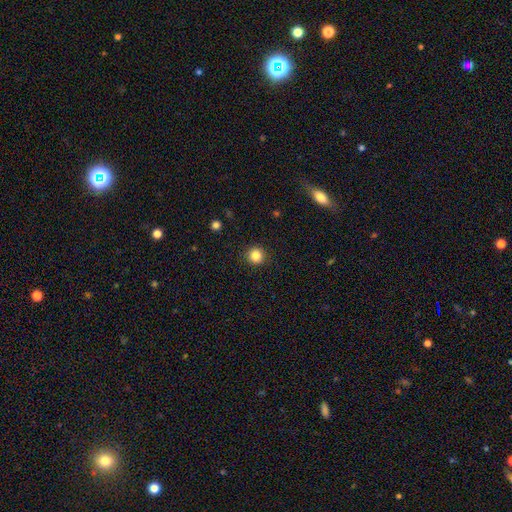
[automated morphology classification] This appears to be a smooth galaxy with no disk features (84%) that is round (94%). Merging: none (92%).